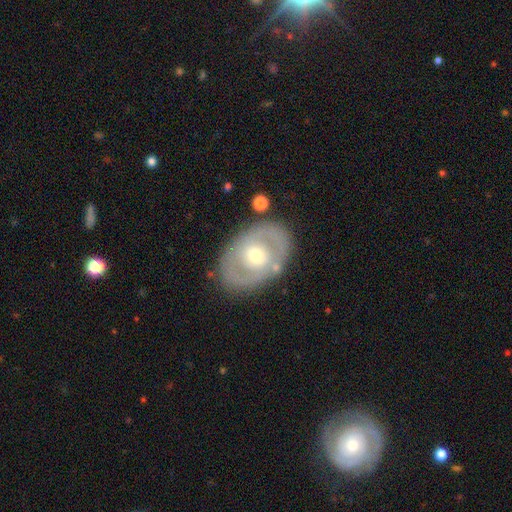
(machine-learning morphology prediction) type=featured or disk (65%); edge-on=no (93%); bar=no (72%); spiral arms=no (68%); bulge=moderate (61%); merging=none (79%).